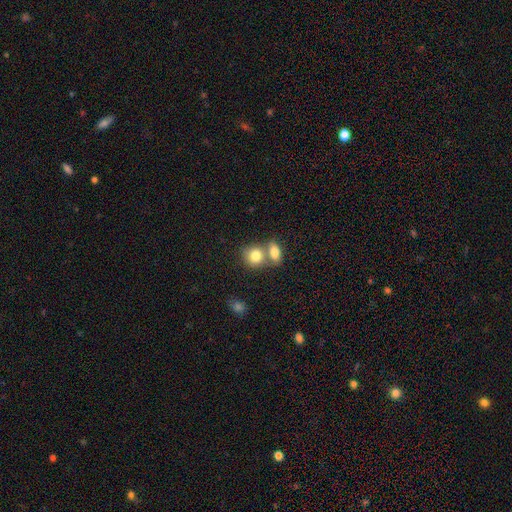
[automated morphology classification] This is clearly a smooth galaxy (81%). How rounded: possibly round (59%). Merging: possibly merger (53%).